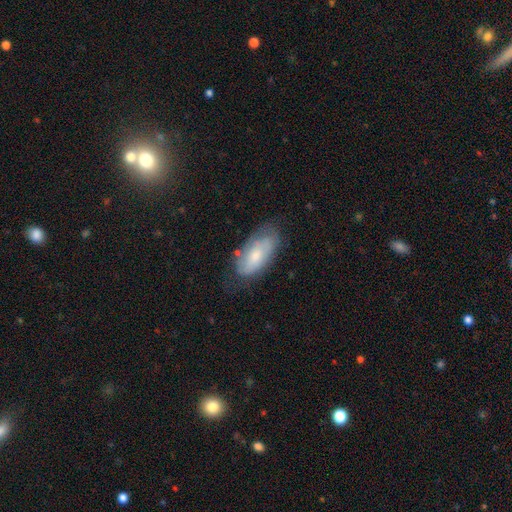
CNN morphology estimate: The model was most divided on "smooth or featured": smooth: 59%, featured or disk: 34%, star or artifact: 7%. More confident: how rounded — in between (91%); merging — none (60%).